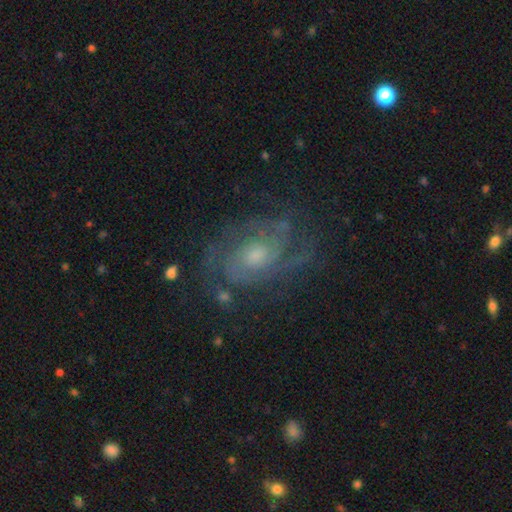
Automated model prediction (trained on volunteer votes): featured or disk 84%, smooth 9%, star or artifact 7%. Down the decision tree: edge-on disk — no (97%); bar — no (66%); spiral arms — yes (94%); spiral arm count — 2 (42%); spiral winding — tight (53%); bulge size — moderate (47%); merging — none (70%).